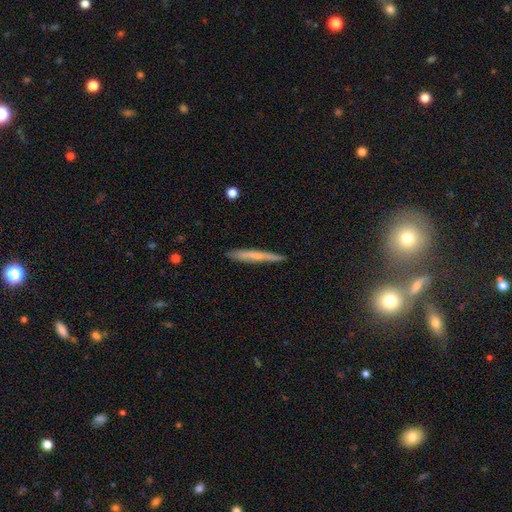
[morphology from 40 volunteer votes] Smooth or featured: smooth — 52% (featured or disk — 42%)
How rounded: cigar-shaped — 100%
Merging: none — 79% (minor disturbance — 21%)